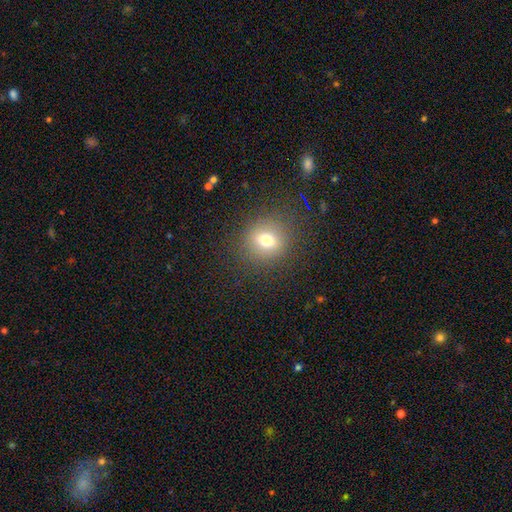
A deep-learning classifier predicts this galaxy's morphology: smooth_or_featured: smooth (p=0.66) [alt: star or artifact p=0.27]
how_rounded: round (p=0.86) [alt: in between p=0.13]
merging: none (p=0.90) [alt: minor disturbance p=0.06]